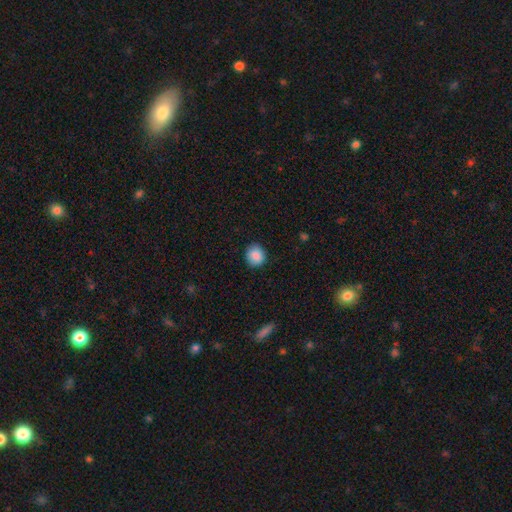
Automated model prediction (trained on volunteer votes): Morphology: type=smooth (88%); roundness=round (84%); merging=none (87%).